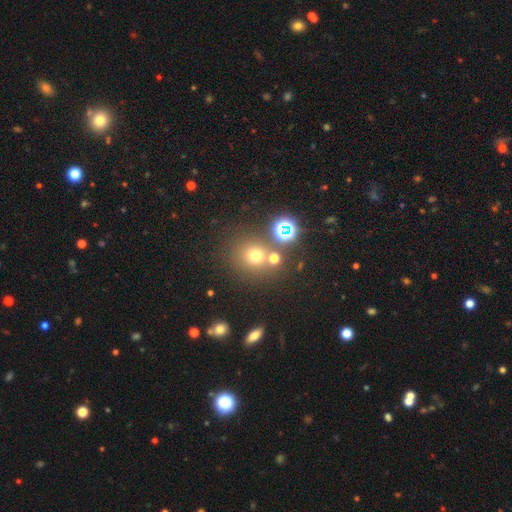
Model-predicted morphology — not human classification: smooth_or_featured: smooth (p=0.64) [alt: star or artifact p=0.26]
how_rounded: round (p=0.87) [alt: in between p=0.12]
merging: none (p=0.69) [alt: merger p=0.18]